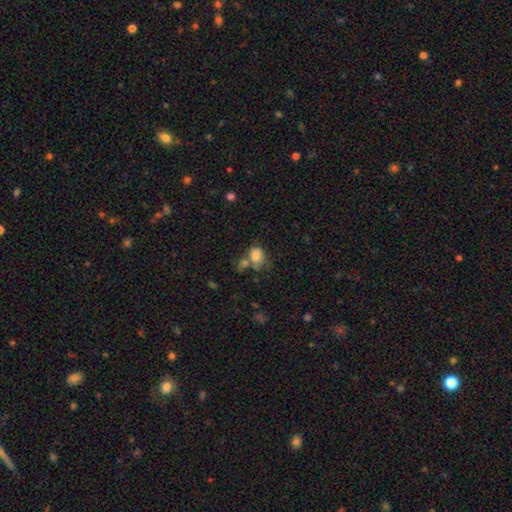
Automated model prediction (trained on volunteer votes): A smooth galaxy with no disk features (80%) that is in between round and cigar-shaped (56%). Merging: none (37%).